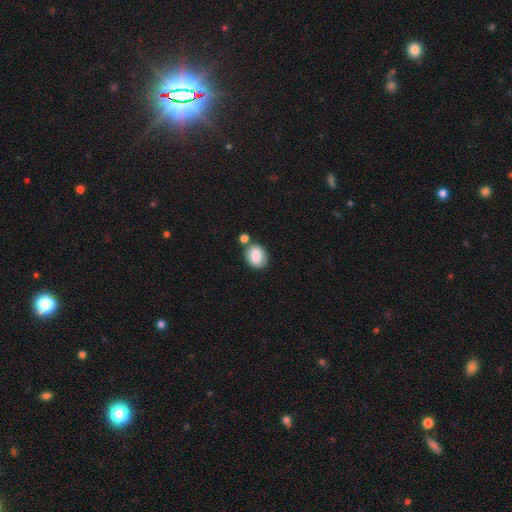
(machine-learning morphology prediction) smooth 83%, featured or disk 9%, star or artifact 7%. Down the decision tree: how rounded — in between (66%); merging — none (61%).